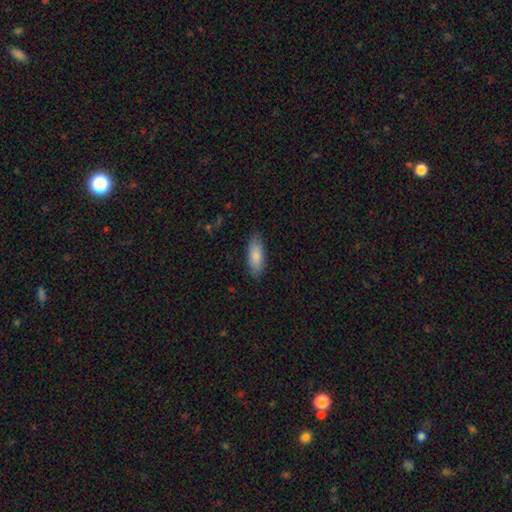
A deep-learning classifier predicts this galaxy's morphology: Smooth or featured?
  - smooth: 85% *
  - featured or disk: 9%
  - star or artifact: 6%
How rounded?
  - in between: 75% *
  - cigar-shaped: 23%
  - round: 2%
Merging?
  - none: 83% *
  - minor disturbance: 13%
  - major disturbance: 3%
  - merger: 1%